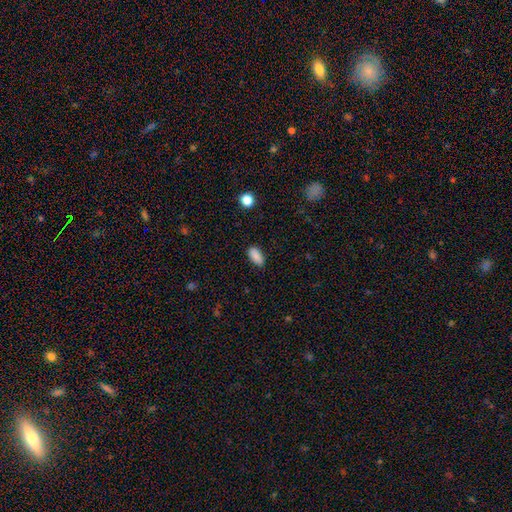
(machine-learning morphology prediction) smooth-or-featured: smooth: 88% | star or artifact: 8% | featured or disk: 4%
  how-rounded: in between: 90% | cigar-shaped: 7% | round: 3%
  merging: none: 81% | minor disturbance: 15% | major disturbance: 3% | merger: 1%